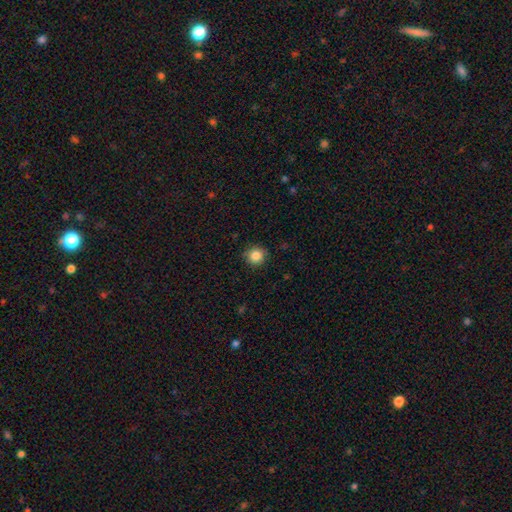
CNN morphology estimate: This is clearly a smooth galaxy (85%). How rounded: clearly round (91%). Merging: clearly none (87%).